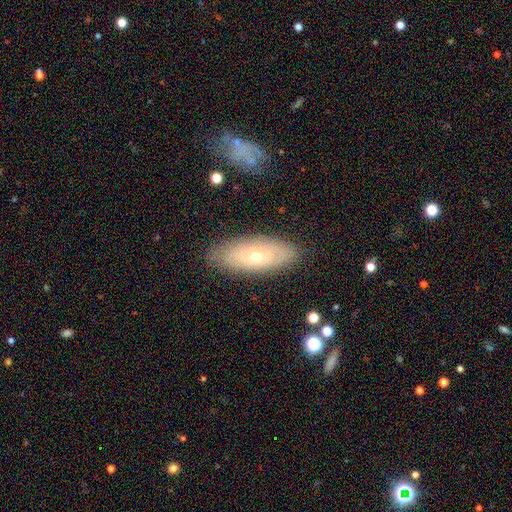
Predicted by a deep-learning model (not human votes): The model was most divided on "smooth or featured": featured or disk: 51%, smooth: 41%, star or artifact: 7%. More confident: merging — none (84%); edge-on disk — no (77%).